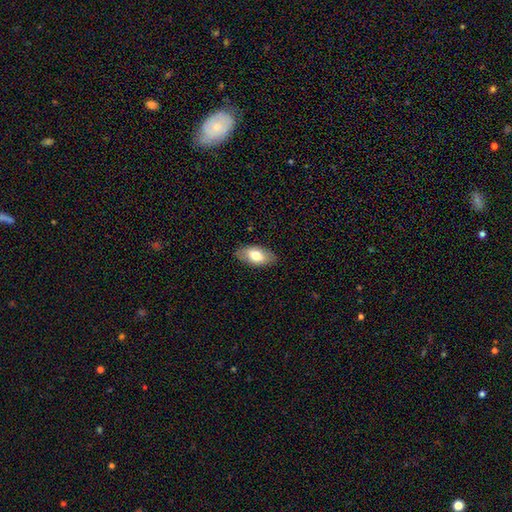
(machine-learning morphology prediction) Q: Smooth or featured?
A: smooth (73%); runner-up: featured or disk (21%)
Q: How rounded?
A: in between (93%); runner-up: cigar-shaped (4%)
Q: Merging?
A: none (86%); runner-up: minor disturbance (11%)